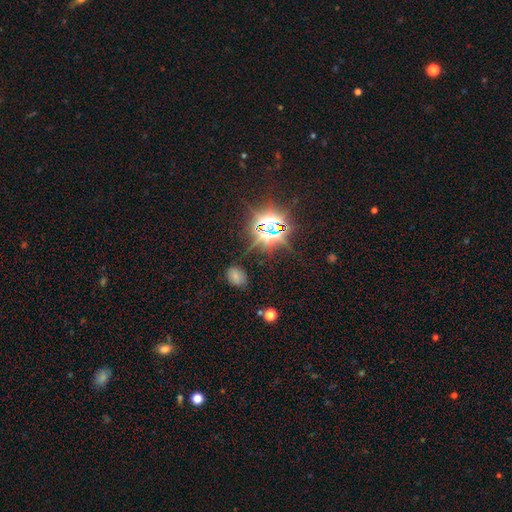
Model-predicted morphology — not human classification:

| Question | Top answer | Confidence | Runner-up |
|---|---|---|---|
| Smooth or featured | star or artifact | 79% | smooth (15%) |